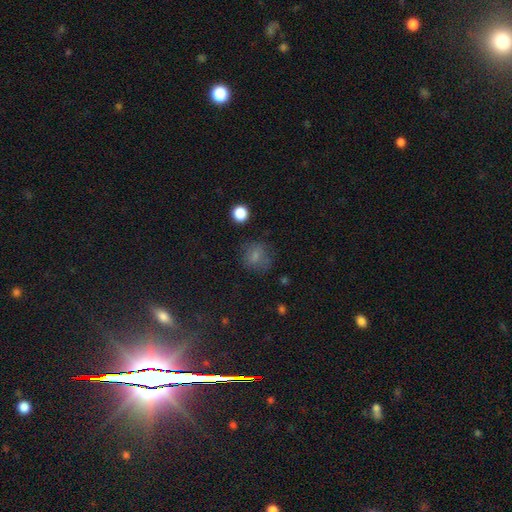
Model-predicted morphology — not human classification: Smooth or featured? smooth (71%)
How rounded? round (77%)
Merging? none (71%)